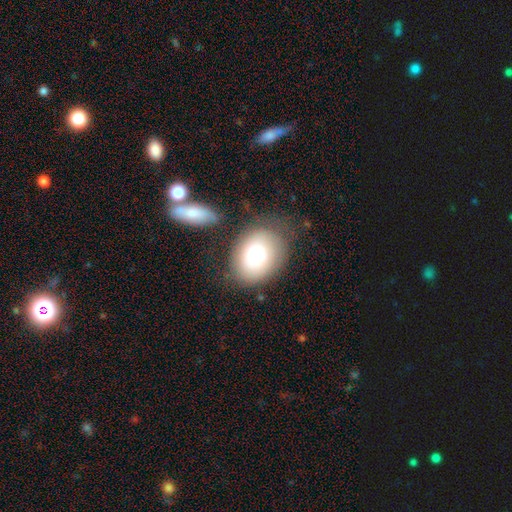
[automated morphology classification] Smooth or featured? smooth (75%)
How rounded? in between (53%)
Merging? none (70%)